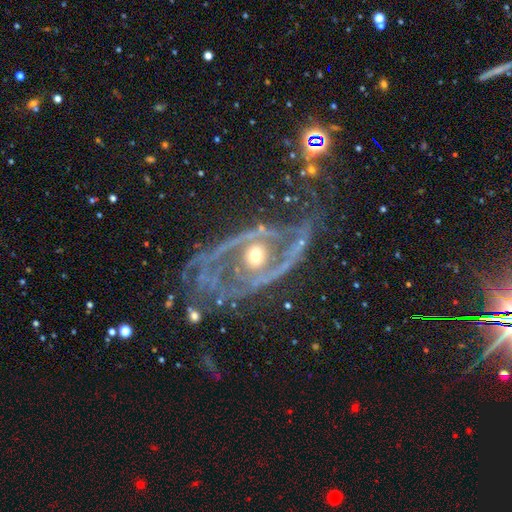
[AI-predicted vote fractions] This is clearly a featured or disk galaxy (84%). It is clearly not viewed edge-on (95%). Bar: likely no (74%). Spiral arm pattern: likely yes (75%). Spiral arm count: possibly 2 (50%). Spiral winding: marginally tight (38%). Central bulge: likely moderate (61%). Merging: possibly none (52%).